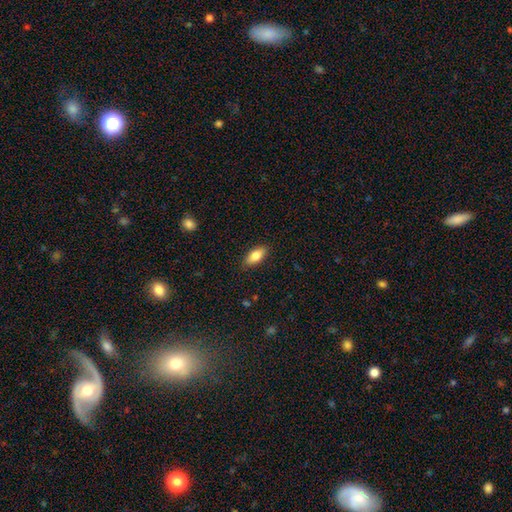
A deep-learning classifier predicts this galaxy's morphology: smooth 81%, featured or disk 13%, star or artifact 7%. Down the decision tree: how rounded — in between (87%); merging — none (86%).